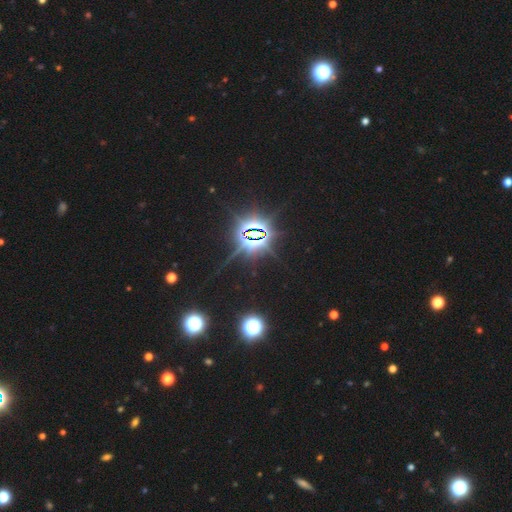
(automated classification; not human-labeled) smooth-or-featured: star or artifact: 82% | smooth: 12% | featured or disk: 6%